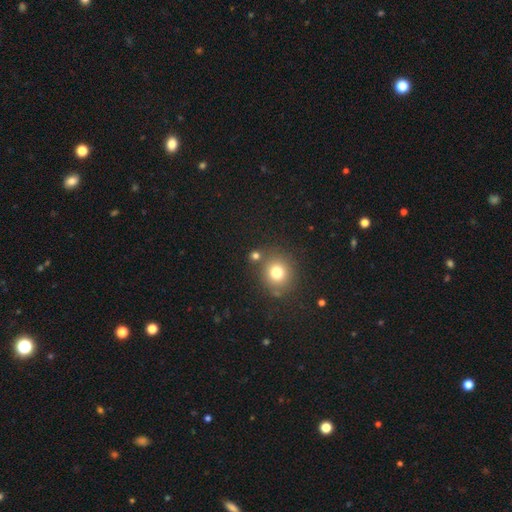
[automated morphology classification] This appears to be a smooth galaxy with no disk features (74%) that is round (84%). Merging: none (75%).